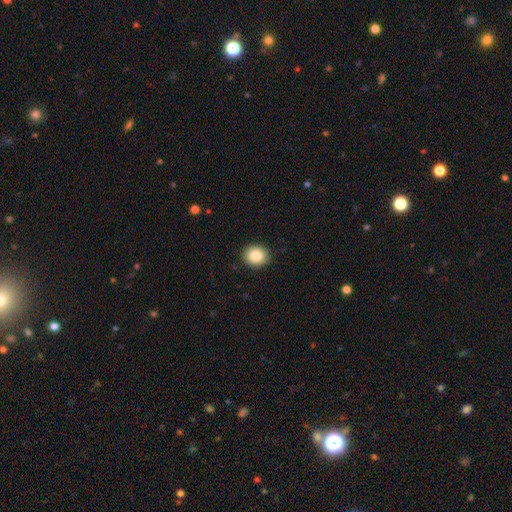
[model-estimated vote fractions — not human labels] This appears to be a smooth galaxy with no disk features (85%) that is round (74%). Merging: none (91%).